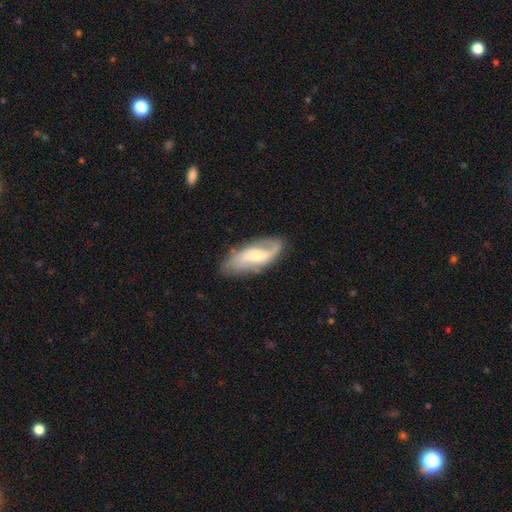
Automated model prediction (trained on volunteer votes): Smooth or featured? Predicted: featured or disk (p=0.72). Edge-on disk? Predicted: no (p=0.92). Bar? Predicted: weak (p=0.44). Spiral arms? Predicted: yes (p=0.92). Spiral winding? Predicted: loose (p=0.48). Spiral arm count? Predicted: 2 (p=0.73). Bulge size? Predicted: moderate (p=0.52). Merging? Predicted: none (p=0.71).